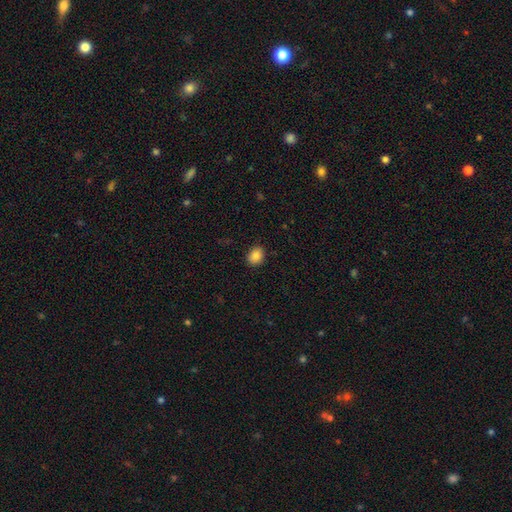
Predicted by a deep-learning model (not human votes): Q: Smooth or featured?
A: smooth (85%); runner-up: star or artifact (9%)
Q: How rounded?
A: in between (56%); runner-up: round (43%)
Q: Merging?
A: none (89%); runner-up: minor disturbance (8%)